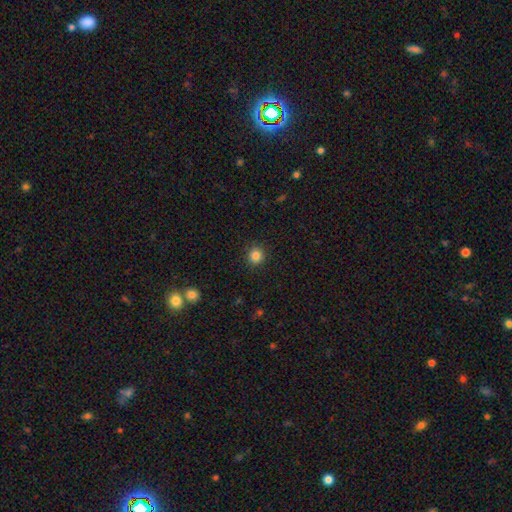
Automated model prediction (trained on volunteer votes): Smooth or featured?
  - smooth: 84% *
  - star or artifact: 12%
  - featured or disk: 4%
How rounded?
  - round: 94% *
  - in between: 5%
  - cigar-shaped: 1%
Merging?
  - none: 92% *
  - minor disturbance: 5%
  - major disturbance: 2%
  - merger: 1%